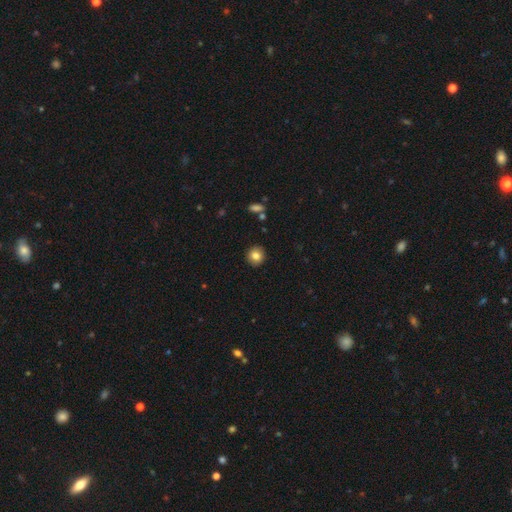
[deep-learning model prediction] Smooth or featured?
  - smooth: 83% *
  - star or artifact: 10%
  - featured or disk: 7%
How rounded?
  - round: 91% *
  - in between: 8%
  - cigar-shaped: 1%
Merging?
  - none: 92% *
  - minor disturbance: 5%
  - major disturbance: 2%
  - merger: 1%